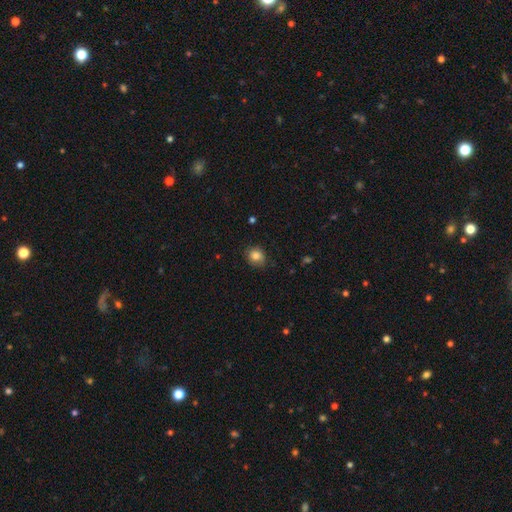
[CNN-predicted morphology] This appears to be a smooth galaxy with no disk features (83%) that is round (72%). Merging: none (79%).